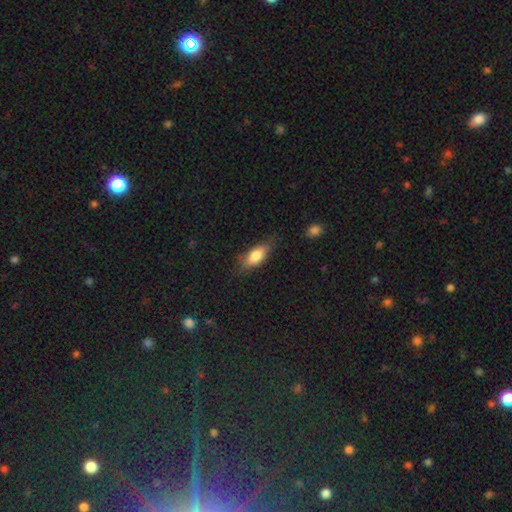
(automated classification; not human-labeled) Smooth or featured: smooth — 78% (featured or disk — 15%)
How rounded: in between — 80% (cigar-shaped — 16%)
Merging: none — 70% (minor disturbance — 23%)